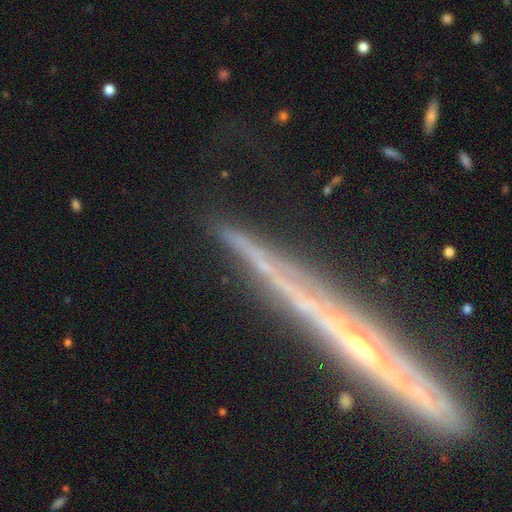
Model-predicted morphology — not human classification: This is possibly a featured or disk galaxy (54%). It is clearly viewed edge-on (86%). Merging: clearly none (81%).